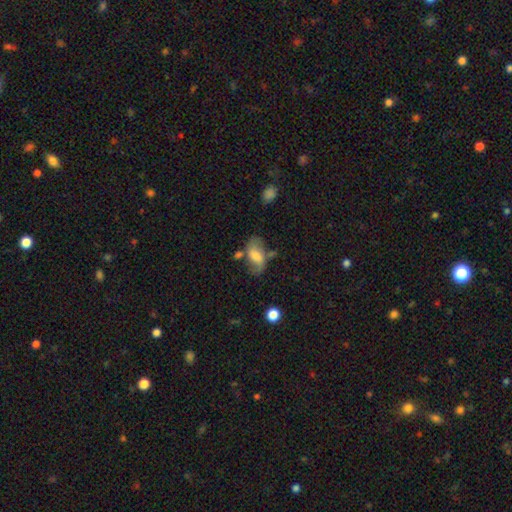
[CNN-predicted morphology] Smooth or featured: smooth — 57% (featured or disk — 35%)
How rounded: in between — 90% (round — 6%)
Merging: none — 52% (minor disturbance — 25%)